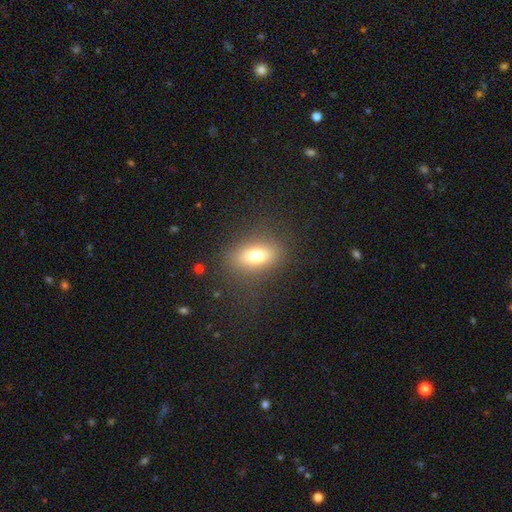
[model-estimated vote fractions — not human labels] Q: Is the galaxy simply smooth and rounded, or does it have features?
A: smooth — 73%.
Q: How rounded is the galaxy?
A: in between — 78%.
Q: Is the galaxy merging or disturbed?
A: none — 82%.